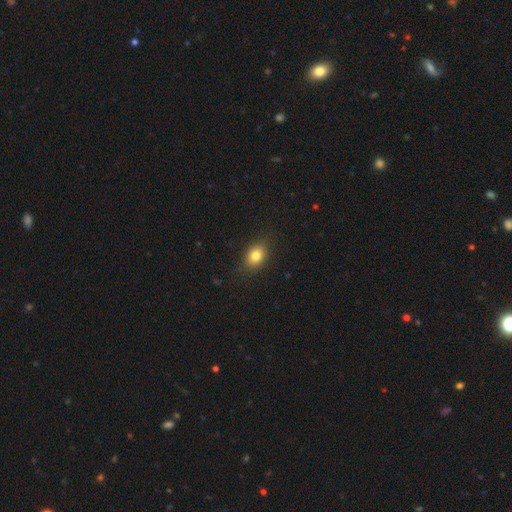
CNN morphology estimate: This appears to be a smooth galaxy with no disk features (80%) that is in between round and cigar-shaped (70%). Merging: none (85%).